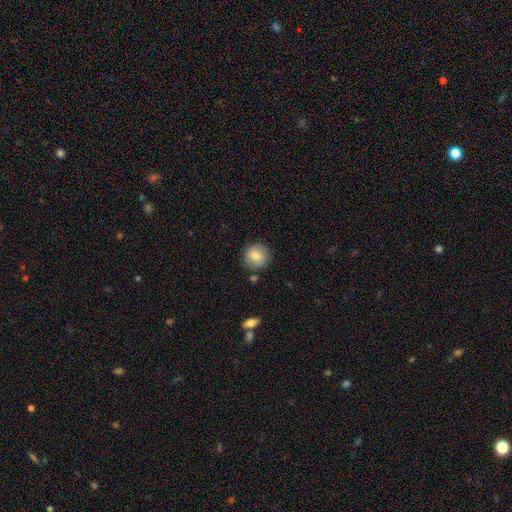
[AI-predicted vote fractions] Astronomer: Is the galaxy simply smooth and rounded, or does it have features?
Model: smooth — 81%.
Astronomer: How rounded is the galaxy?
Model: round — 93%.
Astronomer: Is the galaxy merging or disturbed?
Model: none — 86%.